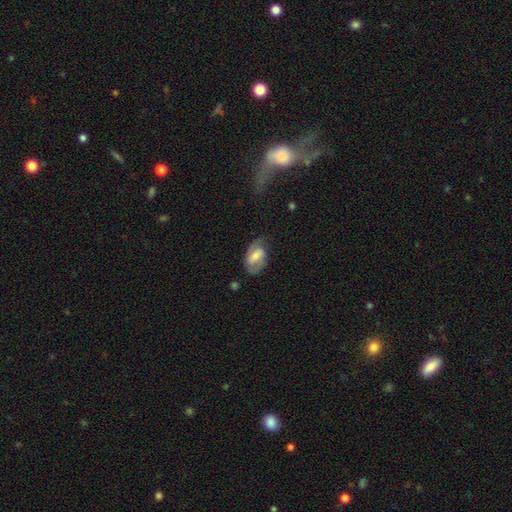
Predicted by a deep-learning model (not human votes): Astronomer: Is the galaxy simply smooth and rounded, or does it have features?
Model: featured or disk — 62%.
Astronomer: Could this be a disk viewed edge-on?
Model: no — 96%.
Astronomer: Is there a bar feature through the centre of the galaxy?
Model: weak — 48% (runner-up: strong, 27%).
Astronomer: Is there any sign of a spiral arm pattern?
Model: yes — 85%.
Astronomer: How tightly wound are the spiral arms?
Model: medium — 45% (runner-up: tight, 33%).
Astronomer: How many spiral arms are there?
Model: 2 — 72%.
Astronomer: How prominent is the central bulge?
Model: moderate — 45% (runner-up: small, 35%).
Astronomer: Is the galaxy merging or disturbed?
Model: none — 60%.